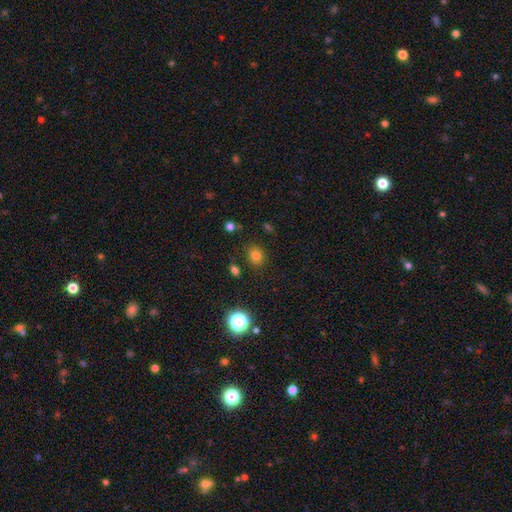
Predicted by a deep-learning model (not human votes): Smooth or featured?
  - smooth: 78% *
  - star or artifact: 16%
  - featured or disk: 6%
How rounded?
  - round: 64% *
  - in between: 35%
  - cigar-shaped: 1%
Merging?
  - none: 82% *
  - minor disturbance: 11%
  - merger: 4%
  - major disturbance: 4%